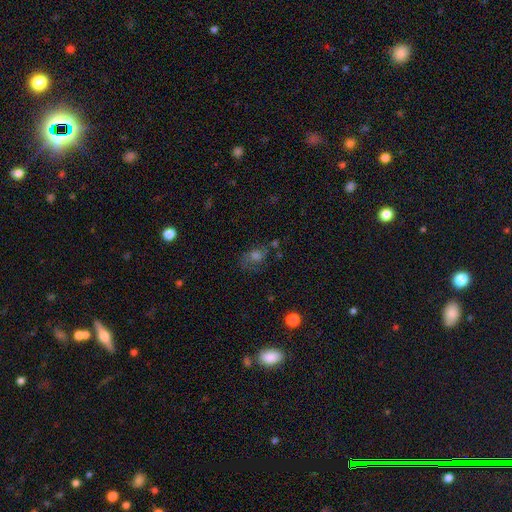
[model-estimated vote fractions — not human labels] A smooth galaxy with no disk features (49%). Merging: none (54%).